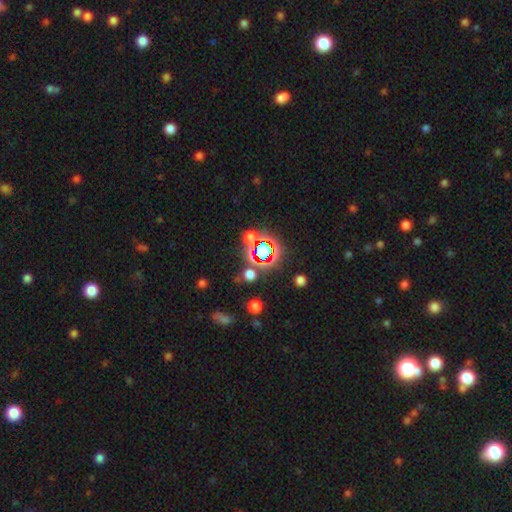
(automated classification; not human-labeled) Morphology: type=star or artifact (71%).